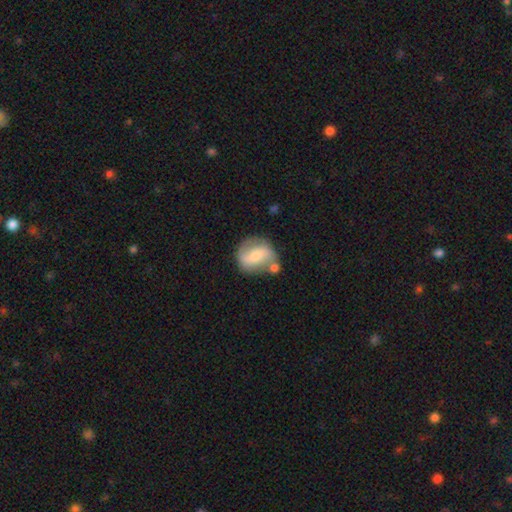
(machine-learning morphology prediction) type=featured or disk (59%); edge-on=no (96%); bar=weak (40%); spiral arms=yes (80%); bulge=small (49%); merging=none (61%).